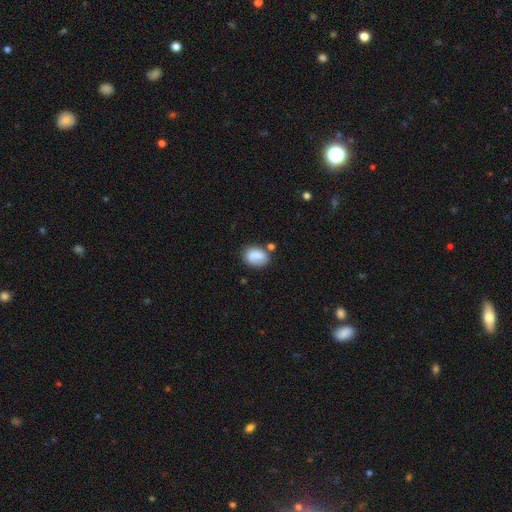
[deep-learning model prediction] Smooth or featured? smooth (79%)
How rounded? in between (71%)
Merging? none (61%)